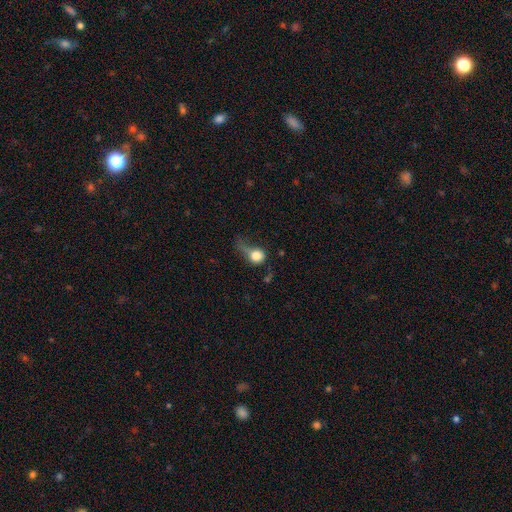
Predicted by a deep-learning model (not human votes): Smooth or featured: smooth — 77% (featured or disk — 14%)
How rounded: round — 72% (in between — 26%)
Merging: major disturbance — 47% (minor disturbance — 24%)